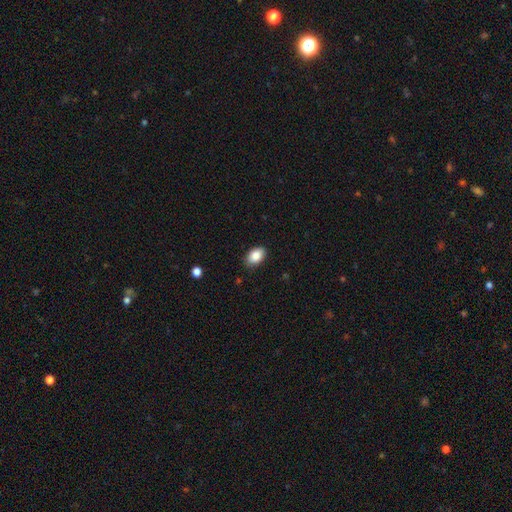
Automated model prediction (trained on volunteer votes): A smooth galaxy with no disk features (88%) that is in between round and cigar-shaped (89%).

Vote fractions:
- Smooth or featured? smooth: 88% / star or artifact: 7% / featured or disk: 5%
- How rounded? in between: 89% / round: 10% / cigar-shaped: 1%
- Merging? none: 84% / minor disturbance: 13% / major disturbance: 2% / merger: 1%